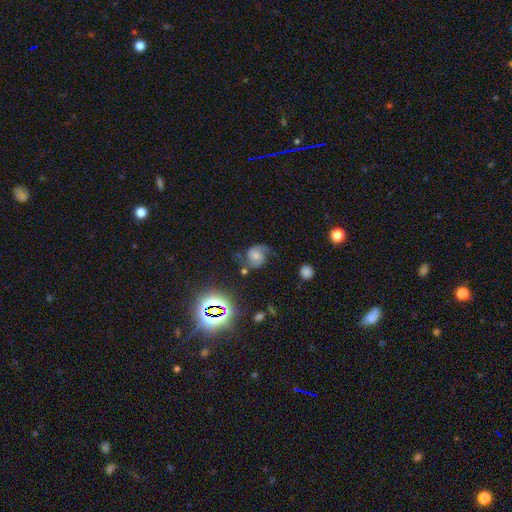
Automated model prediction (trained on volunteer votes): Q: Smooth or featured?
A: featured or disk (67%); runner-up: smooth (19%)
Q: Edge-on disk?
A: no (98%); runner-up: yes (2%)
Q: Bar?
A: no (61%); runner-up: weak (31%)
Q: Spiral arms?
A: yes (94%); runner-up: no (6%)
Q: Spiral winding?
A: medium (50%); runner-up: loose (26%)
Q: Spiral arm count?
A: 2 (80%); runner-up: 1 (11%)
Q: Bulge size?
A: moderate (40%); runner-up: small (31%)
Q: Merging?
A: none (60%); runner-up: minor disturbance (22%)